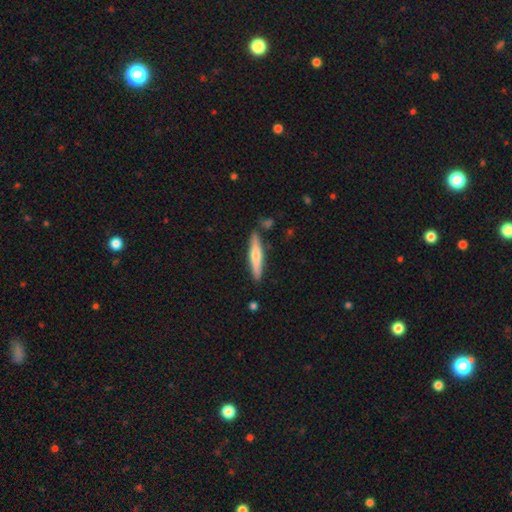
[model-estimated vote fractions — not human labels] Smooth or featured? smooth (51%)
How rounded? cigar-shaped (89%)
Merging? none (85%)